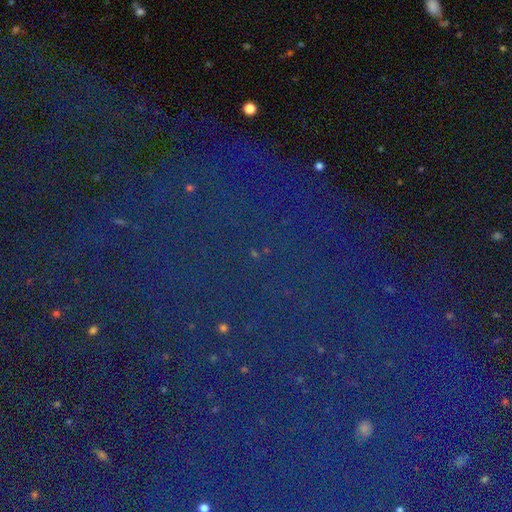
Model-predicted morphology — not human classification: smooth-or-featured: star or artifact: 84% | smooth: 9% | featured or disk: 7%